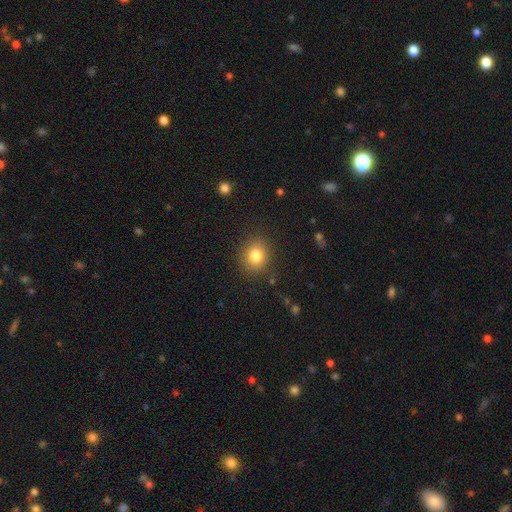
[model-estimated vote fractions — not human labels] smooth 81%, star or artifact 11%, featured or disk 8%. Down the decision tree: how rounded — round (74%); merging — none (87%).